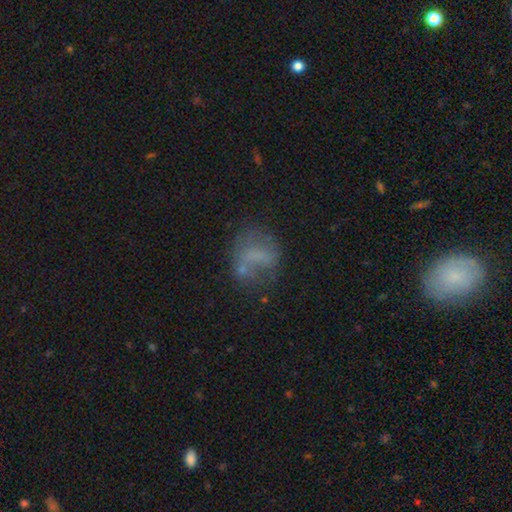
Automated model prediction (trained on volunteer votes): Q: Smooth or featured?
A: smooth (49%); runner-up: featured or disk (36%)
Q: Merging?
A: none (42%); runner-up: major disturbance (25%)